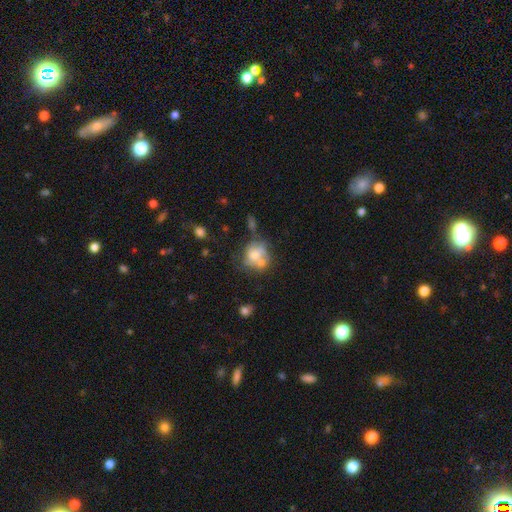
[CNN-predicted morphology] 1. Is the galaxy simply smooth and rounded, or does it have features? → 54% smooth, 36% featured or disk, 10% star or artifact.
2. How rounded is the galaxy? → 63% round, 36% in between, 1% cigar-shaped.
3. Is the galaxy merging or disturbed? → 34% merger, 29% none, 19% minor disturbance, 17% major disturbance.